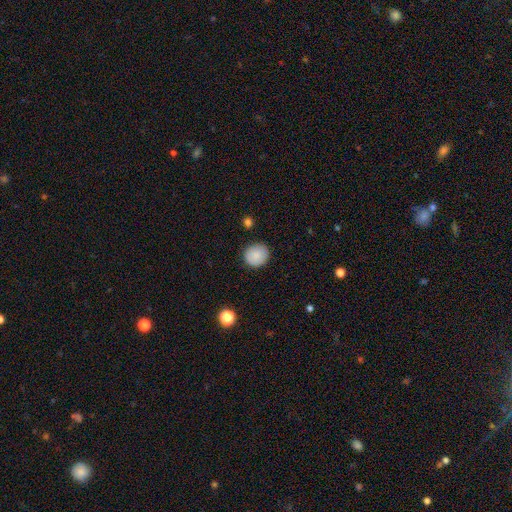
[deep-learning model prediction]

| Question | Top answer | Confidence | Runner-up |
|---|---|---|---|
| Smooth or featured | smooth | 86% | star or artifact (8%) |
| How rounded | round | 86% | in between (13%) |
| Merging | none | 89% | minor disturbance (8%) |